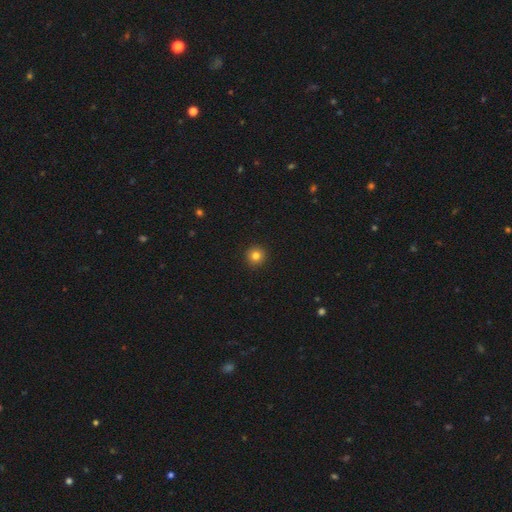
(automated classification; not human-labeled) This is clearly a smooth galaxy (82%). How rounded: clearly round (96%). Merging: clearly none (93%).